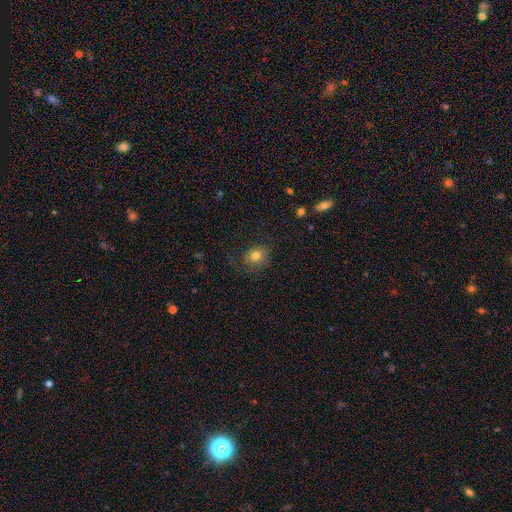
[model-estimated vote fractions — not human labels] Smooth or featured? Predicted: smooth (p=0.77). How rounded? Predicted: round (p=0.70). Merging? Predicted: none (p=0.76).